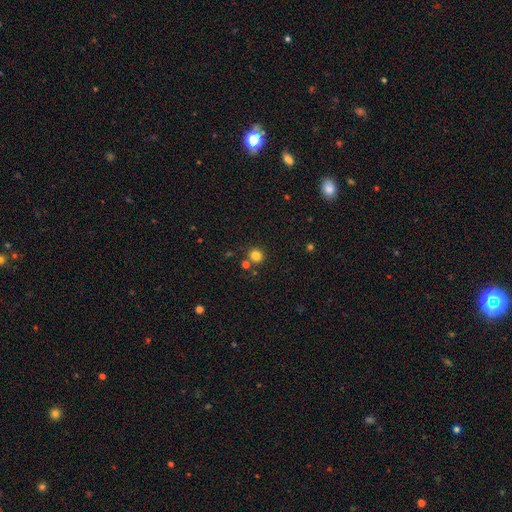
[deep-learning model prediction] This appears to be a smooth galaxy with no disk features (82%) that is round (91%). Merging: none (81%).